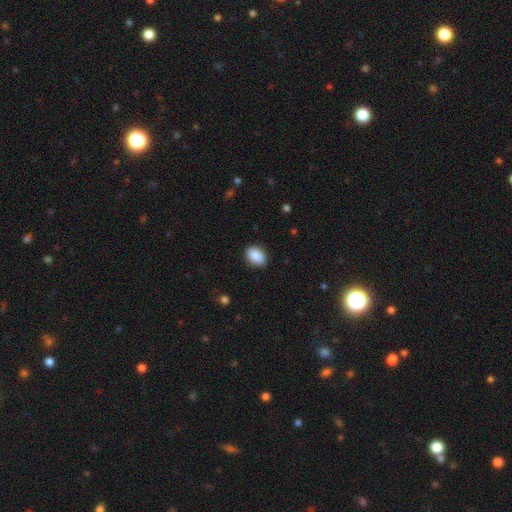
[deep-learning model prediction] smooth_or_featured: smooth (p=0.90) [alt: star or artifact p=0.07]
how_rounded: in between (p=0.83) [alt: round p=0.16]
merging: none (p=0.89) [alt: minor disturbance p=0.08]